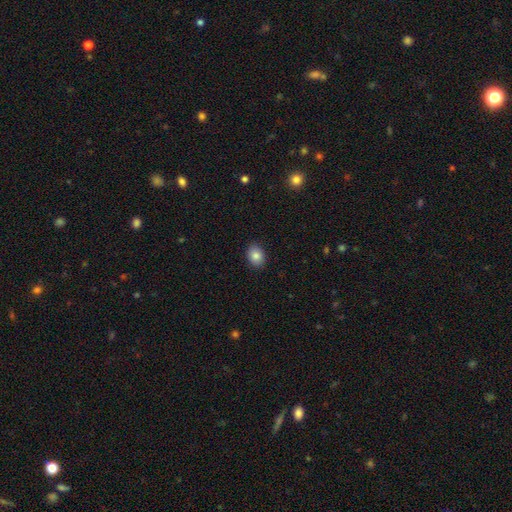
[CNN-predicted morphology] Smooth or featured? Predicted: smooth (p=0.84). How rounded? Predicted: in between (p=0.63). Merging? Predicted: none (p=0.89).